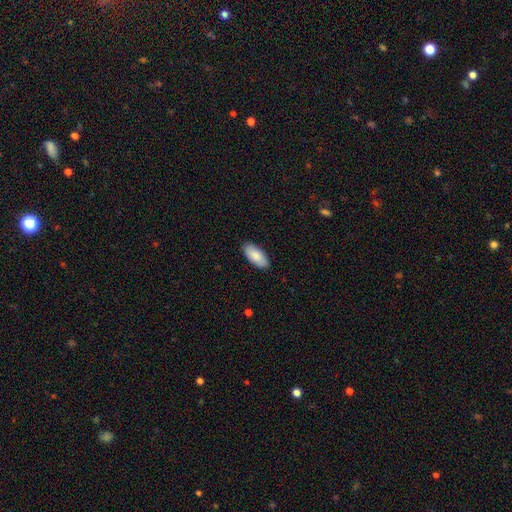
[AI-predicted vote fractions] Morphology: type=smooth (87%); roundness=in between (90%); merging=none (89%).